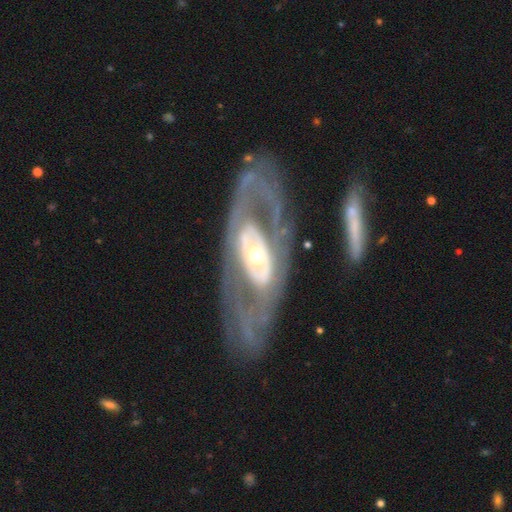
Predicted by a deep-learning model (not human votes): Q: Smooth or featured?
A: featured or disk (83%); runner-up: smooth (12%)
Q: Edge-on disk?
A: no (89%); runner-up: yes (11%)
Q: Bar?
A: no (63%); runner-up: weak (20%)
Q: Spiral arms?
A: yes (51%); runner-up: no (49%)
Q: Bulge size?
A: moderate (56%); runner-up: small (31%)
Q: Merging?
A: none (68%); runner-up: major disturbance (15%)